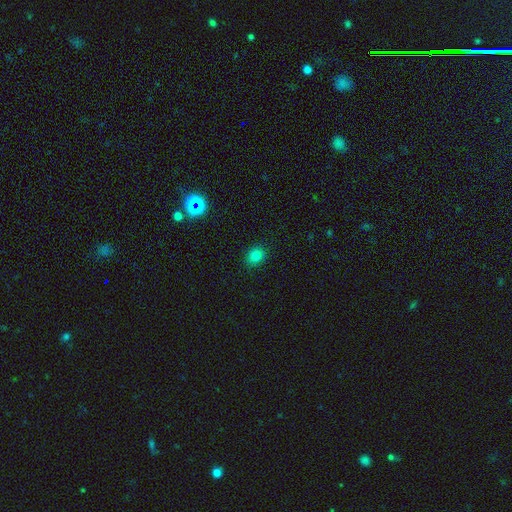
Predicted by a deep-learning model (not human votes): This appears to be a smooth galaxy with no disk features (80%) that is round (63%). Merging: none (89%).